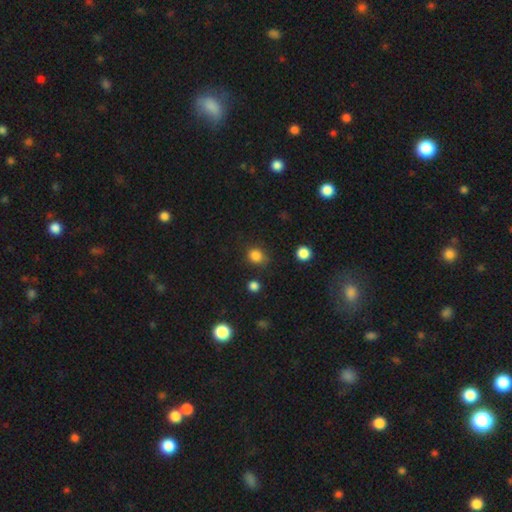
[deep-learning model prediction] Overall: smooth (83%). How rounded: round (76%). Merging: none (77%).